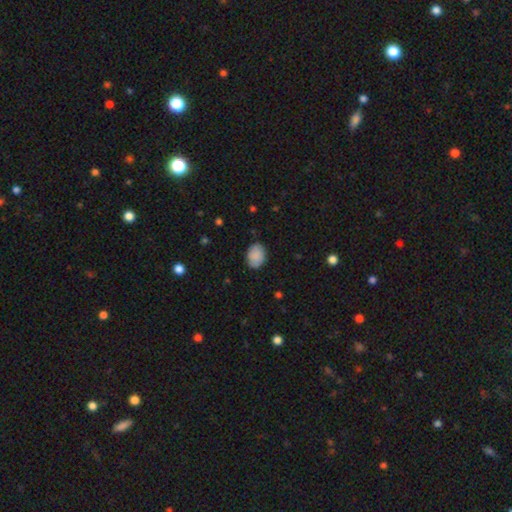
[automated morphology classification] Smooth or featured? smooth (86%)
How rounded? in between (77%)
Merging? none (83%)